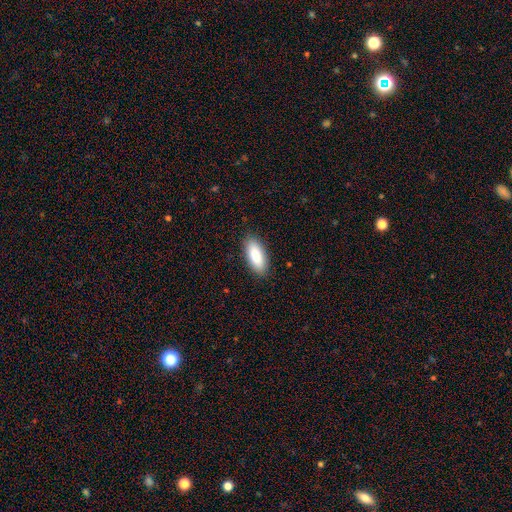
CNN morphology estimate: smooth 89%, star or artifact 6%, featured or disk 6%. Down the decision tree: how rounded — in between (82%); merging — none (89%).